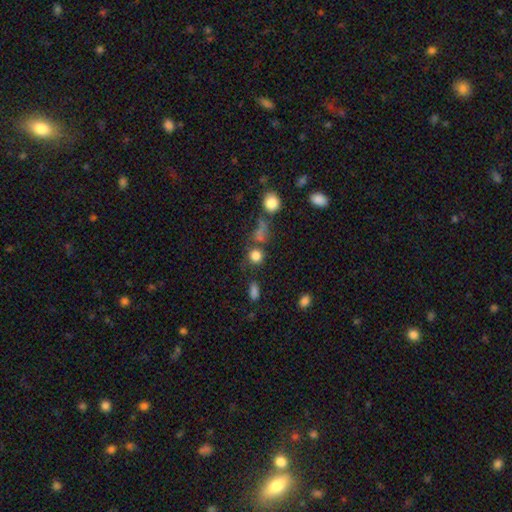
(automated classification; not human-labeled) This is likely a smooth galaxy (80%). How rounded: clearly round (85%). Merging: likely none (62%).